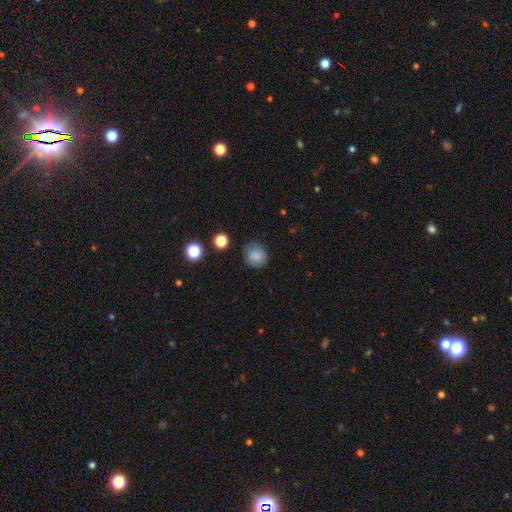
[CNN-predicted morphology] This appears to be a smooth galaxy with no disk features (84%) that is round (86%). Merging: none (82%).